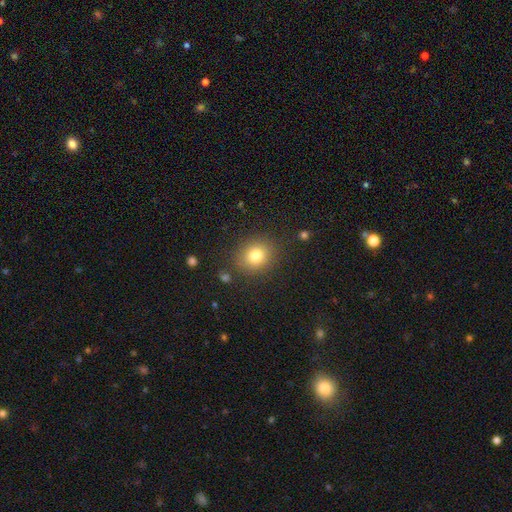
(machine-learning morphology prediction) type=smooth (80%); roundness=round (78%); merging=none (86%).